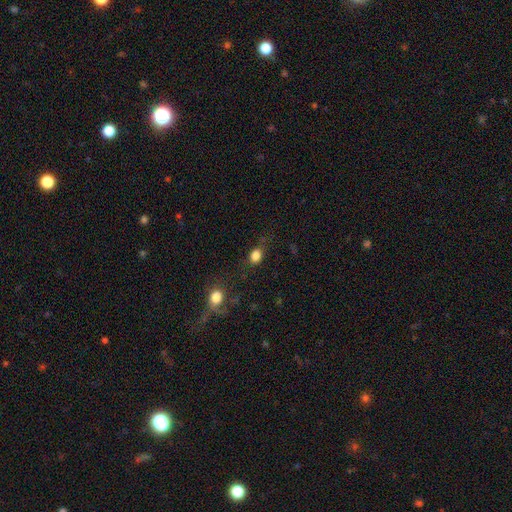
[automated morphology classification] smooth 83%, star or artifact 11%, featured or disk 6%. Down the decision tree: how rounded — in between (54%); merging — none (65%).